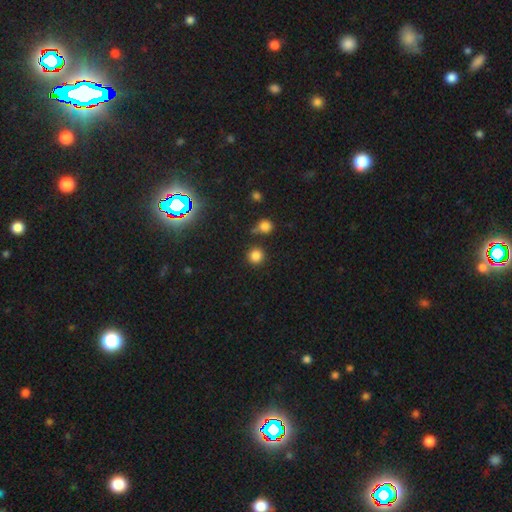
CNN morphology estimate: A smooth galaxy with no disk features (81%) that is round (93%). Merging: none (80%).